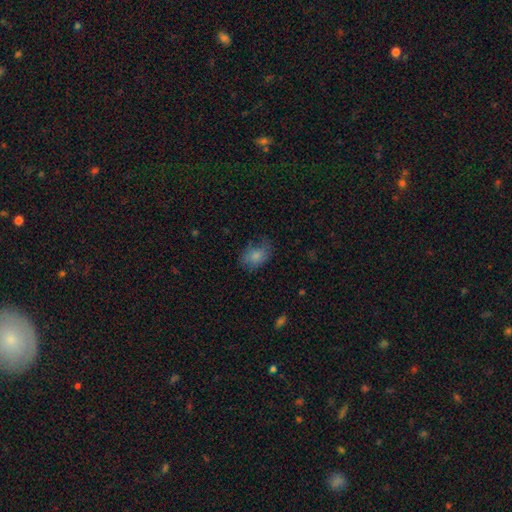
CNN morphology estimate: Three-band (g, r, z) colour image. It shows a smooth galaxy with no disk features (78%) that is in between round and cigar-shaped (79%). Merging: none (56%).